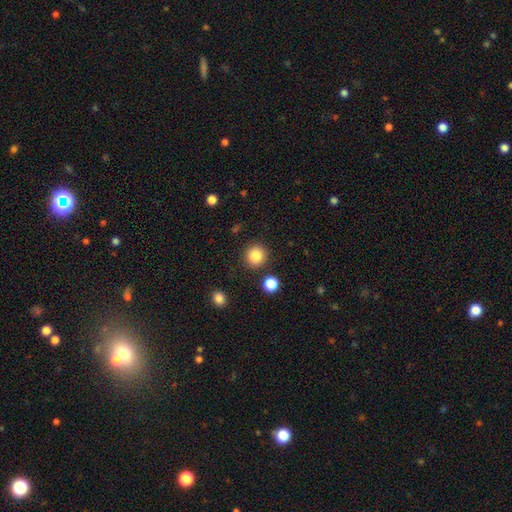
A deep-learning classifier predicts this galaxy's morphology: Smooth or featured: smooth — 86% (star or artifact — 10%)
How rounded: round — 93% (in between — 6%)
Merging: none — 88% (minor disturbance — 6%)